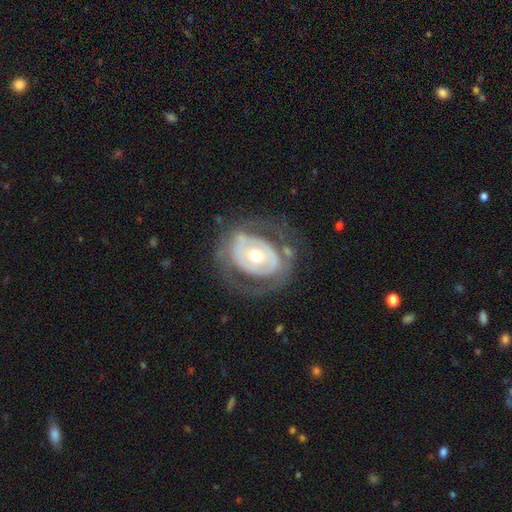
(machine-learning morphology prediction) Smooth or featured? featured or disk (72%)
Edge-on disk? no (95%)
Bar? no (62%)
Spiral arms? no (58%)
Bulge size? moderate (66%)
Merging? none (60%)